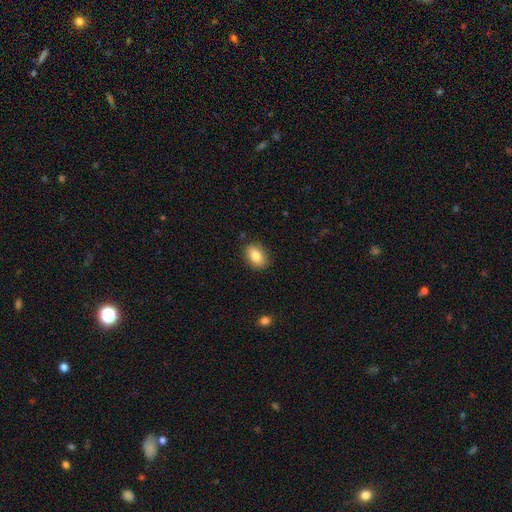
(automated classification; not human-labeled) The model was most divided on "how rounded": in between: 80%, round: 18%, cigar-shaped: 2%. More confident: merging — none (86%); smooth or featured — smooth (83%).